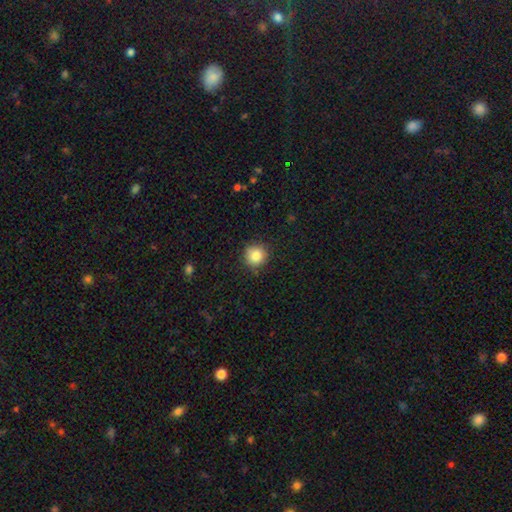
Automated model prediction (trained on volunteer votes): This appears to be a smooth galaxy with no disk features (84%) that is round (93%). Merging: none (85%).